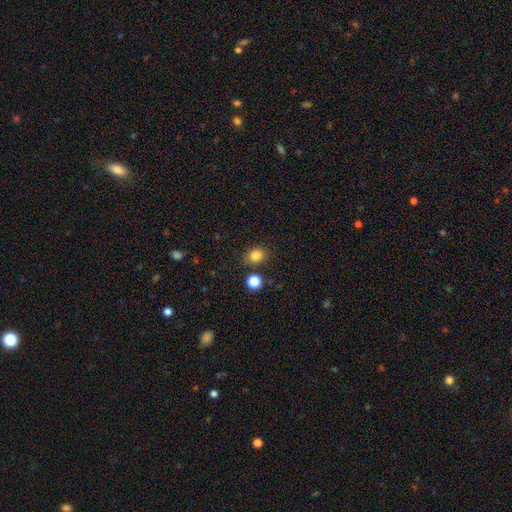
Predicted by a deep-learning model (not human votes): Morphology: type=smooth (83%); roundness=round (59%); merging=none (80%).